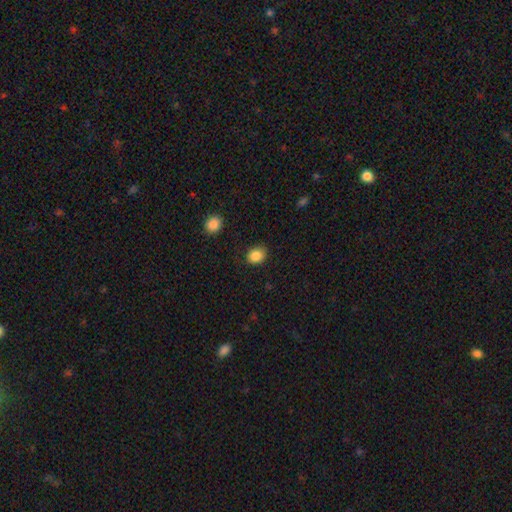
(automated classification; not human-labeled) A smooth galaxy with no disk features (86%) that is round (61%). Merging: none (80%).